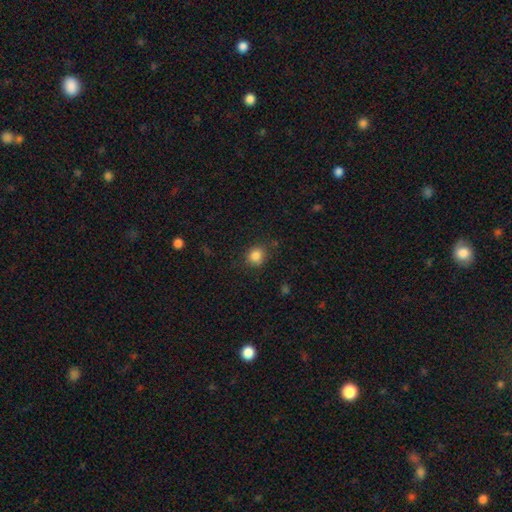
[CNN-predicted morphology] This appears to be a smooth galaxy with no disk features (84%) that is round (82%). Merging: none (82%).